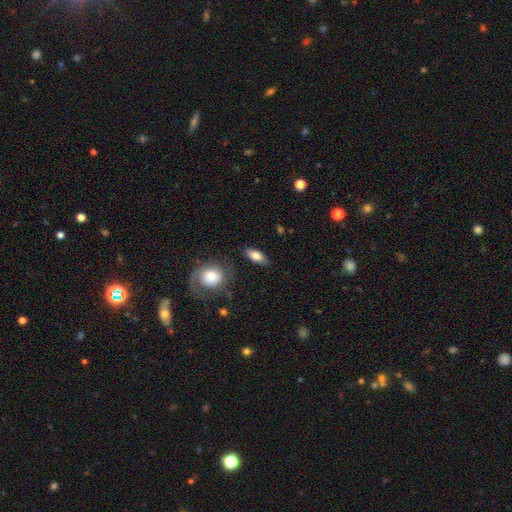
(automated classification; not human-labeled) Smooth or featured: smooth — 77% (featured or disk — 16%)
How rounded: in between — 84% (cigar-shaped — 11%)
Merging: none — 81% (minor disturbance — 12%)